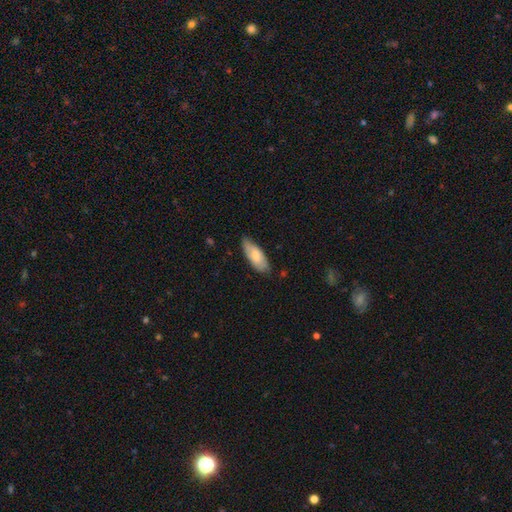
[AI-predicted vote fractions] Overall: smooth (69%). How rounded: in between (80%). Merging: none (73%).